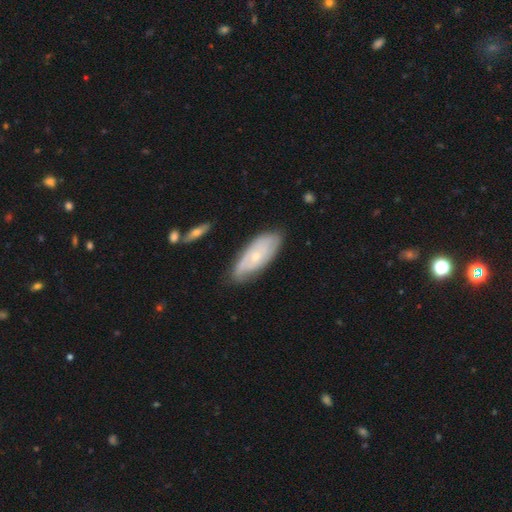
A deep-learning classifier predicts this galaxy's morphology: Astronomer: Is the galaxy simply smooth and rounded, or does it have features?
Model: featured or disk — 55% (runner-up: smooth, 38%).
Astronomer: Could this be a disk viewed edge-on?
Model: no — 85%.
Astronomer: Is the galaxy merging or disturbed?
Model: none — 74%.